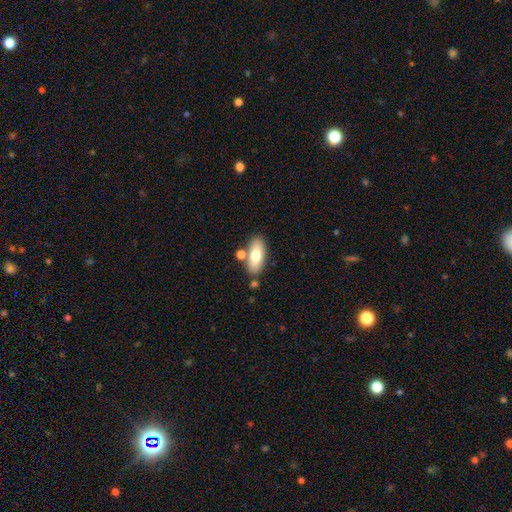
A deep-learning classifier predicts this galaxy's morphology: type=smooth (72%); roundness=in between (82%); merging=none (74%).